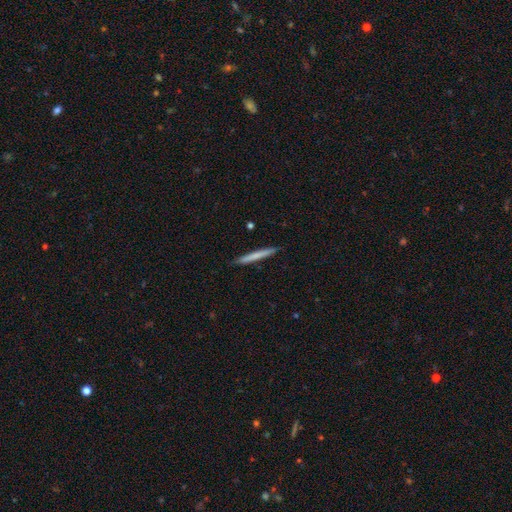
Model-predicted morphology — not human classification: type=smooth (66%); roundness=cigar-shaped (97%); merging=none (90%).